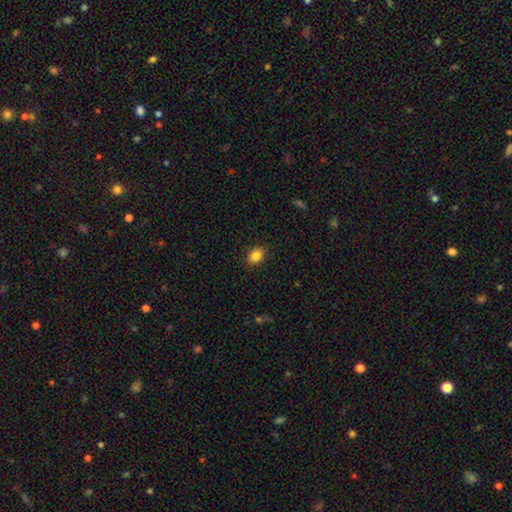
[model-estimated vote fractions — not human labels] The model was most divided on "how rounded": in between: 60%, round: 39%, cigar-shaped: 1%. More confident: merging — none (87%); smooth or featured — smooth (85%).